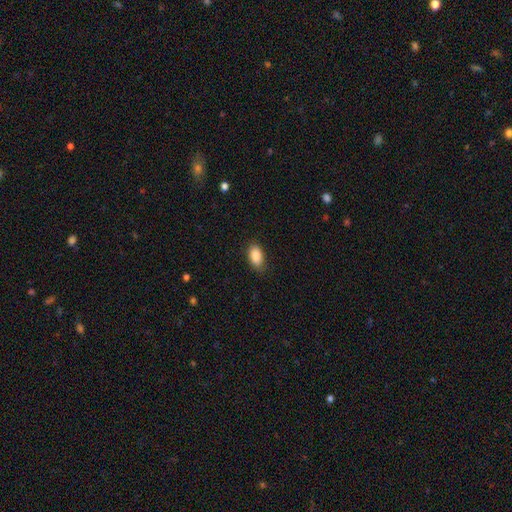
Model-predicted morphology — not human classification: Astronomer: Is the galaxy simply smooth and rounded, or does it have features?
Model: smooth — 89%.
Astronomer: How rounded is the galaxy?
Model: in between — 92%.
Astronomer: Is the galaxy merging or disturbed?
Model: none — 81%.